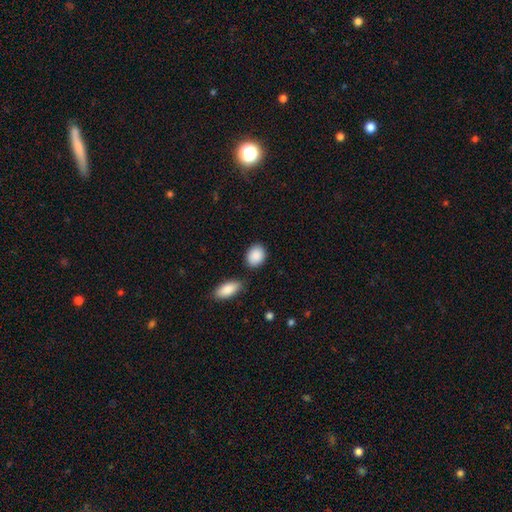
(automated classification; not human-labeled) Overall: smooth (90%). How rounded: in between (61%; round 37%). Merging: none (78%).